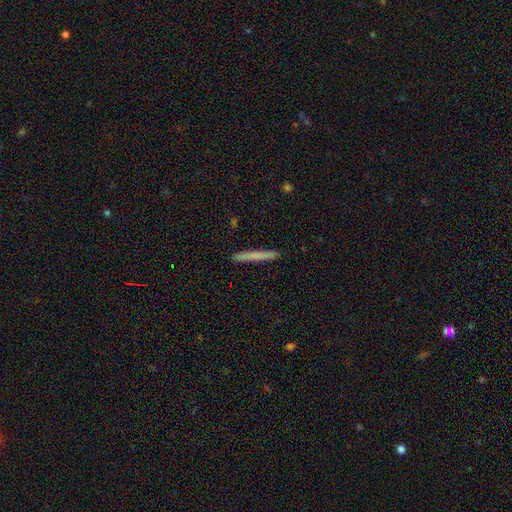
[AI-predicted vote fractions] Smooth or featured?
  - smooth: 72% *
  - featured or disk: 22%
  - star or artifact: 6%
How rounded?
  - cigar-shaped: 97% *
  - in between: 2%
  - round: 1%
Merging?
  - none: 92% *
  - minor disturbance: 6%
  - major disturbance: 1%
  - merger: 1%